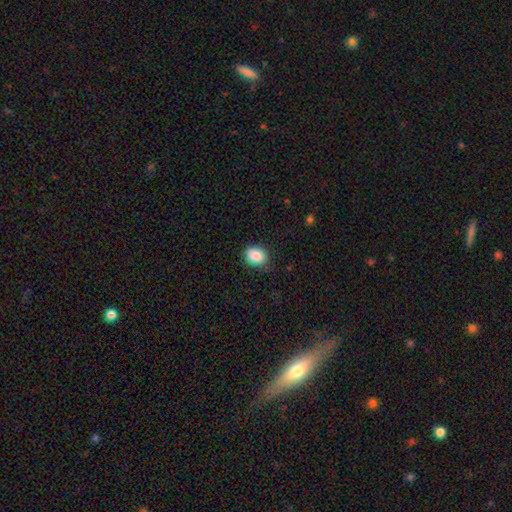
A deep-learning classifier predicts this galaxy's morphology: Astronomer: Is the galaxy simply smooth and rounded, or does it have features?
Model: smooth — 88%.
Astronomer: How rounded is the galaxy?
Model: in between — 57% (runner-up: round, 42%).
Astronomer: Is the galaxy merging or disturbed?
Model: none — 81%.